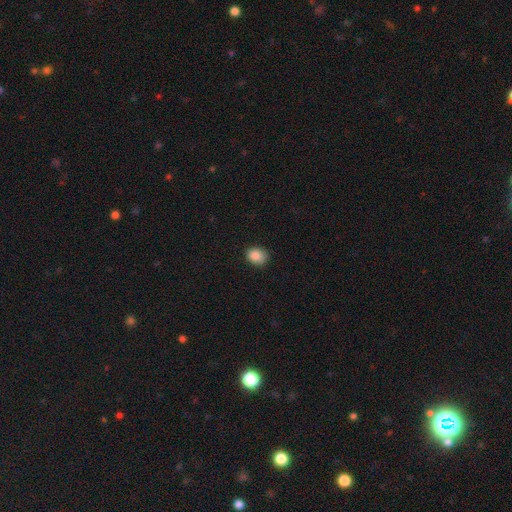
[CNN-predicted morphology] A smooth galaxy with no disk features (88%) that is in between round and cigar-shaped (53%). Merging: none (81%).